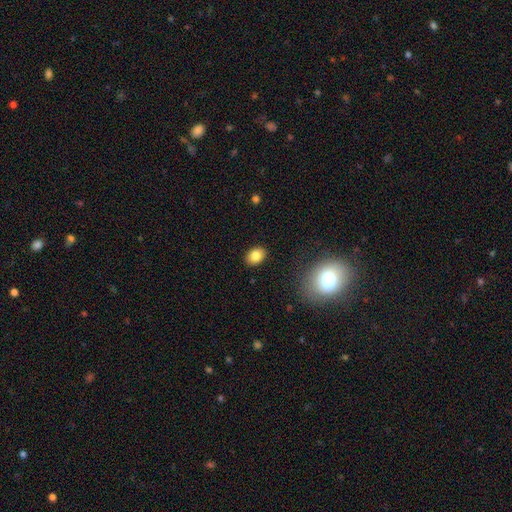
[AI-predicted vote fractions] smooth 82%, star or artifact 10%, featured or disk 8%. Down the decision tree: how rounded — in between (70%); merging — none (88%).